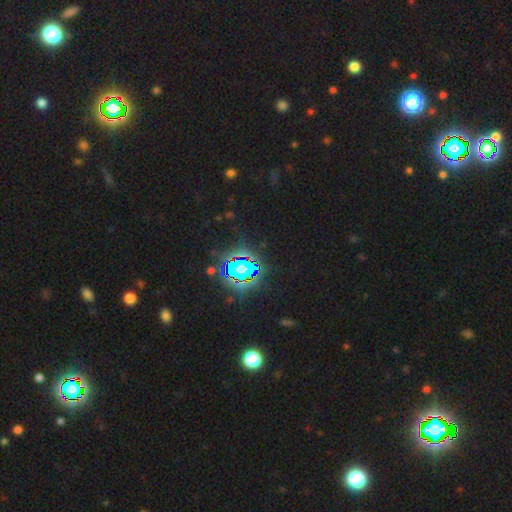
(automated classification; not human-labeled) This is clearly a star or artifact rather than a galaxy (81%).